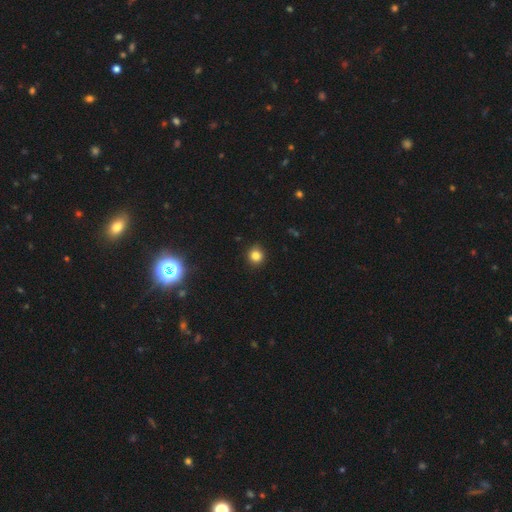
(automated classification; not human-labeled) smooth-or-featured: smooth: 82% | star or artifact: 13% | featured or disk: 5%
  how-rounded: round: 90% | in between: 9% | cigar-shaped: 1%
  merging: none: 89% | minor disturbance: 8% | major disturbance: 2% | merger: 1%